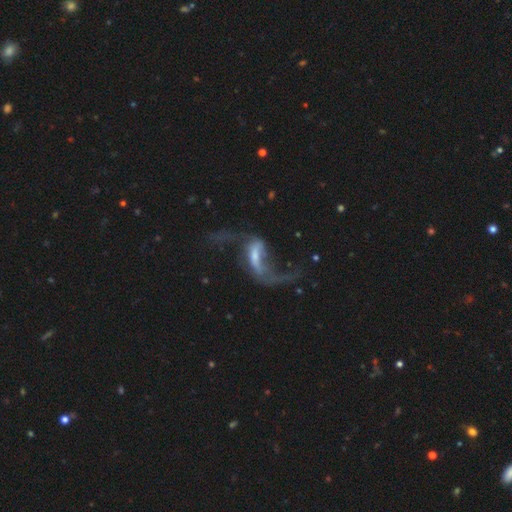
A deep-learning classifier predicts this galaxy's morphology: A featured or disk galaxy (82%) with a weak bar (42%), 2 (81%) loose (91%) spiral arms (90%) and a small central bulge (43%). Merging: none (40%).